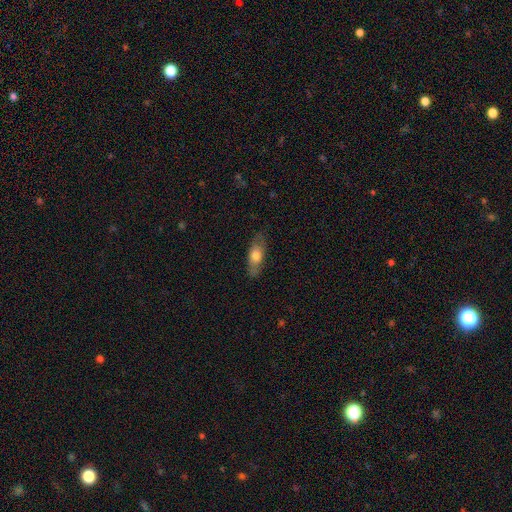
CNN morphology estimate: This is likely a smooth galaxy (64%). How rounded: likely in between (67%). Merging: likely none (76%).